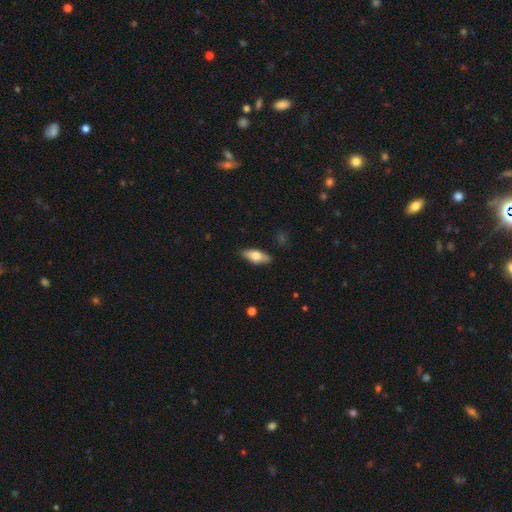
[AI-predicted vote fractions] Q: Smooth or featured?
A: smooth (65%); runner-up: featured or disk (29%)
Q: How rounded?
A: in between (75%); runner-up: cigar-shaped (22%)
Q: Merging?
A: none (84%); runner-up: minor disturbance (13%)